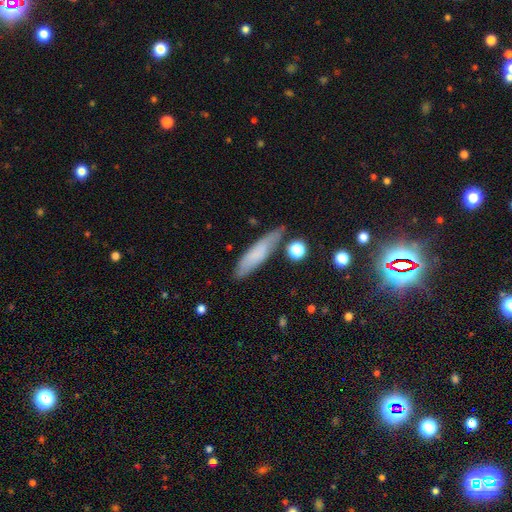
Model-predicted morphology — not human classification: smooth 70%, featured or disk 22%, star or artifact 8%. Down the decision tree: how rounded — cigar-shaped (73%); merging — none (73%).